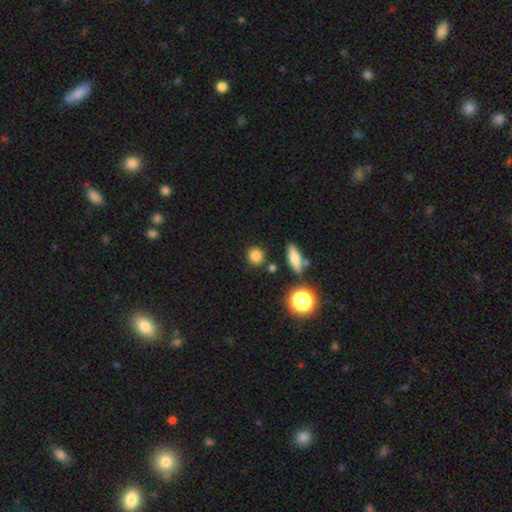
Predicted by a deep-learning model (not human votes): The model was most divided on "smooth or featured": smooth: 81%, star or artifact: 13%, featured or disk: 6%. More confident: how rounded — round (86%); merging — none (84%).